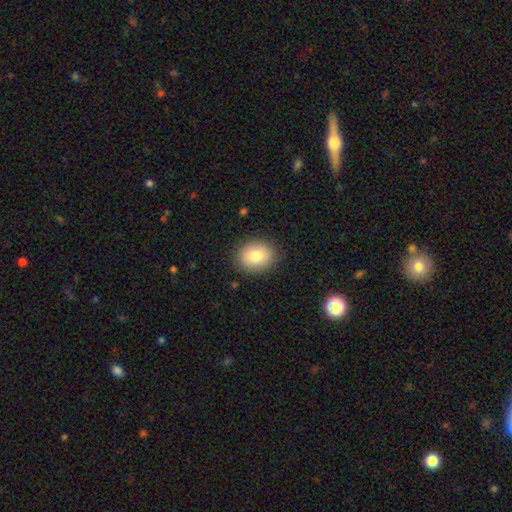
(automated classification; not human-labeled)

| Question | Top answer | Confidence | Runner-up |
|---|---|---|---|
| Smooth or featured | smooth | 81% | featured or disk (10%) |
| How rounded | round | 55% | in between (44%) |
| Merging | none | 87% | minor disturbance (9%) |